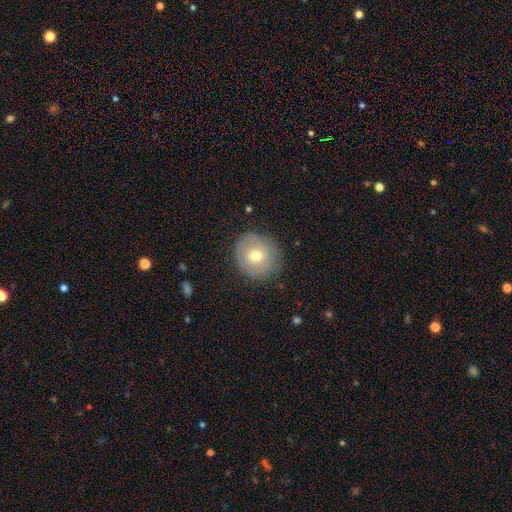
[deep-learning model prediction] Morphology: type=smooth (62%); roundness=round (87%); merging=none (83%).